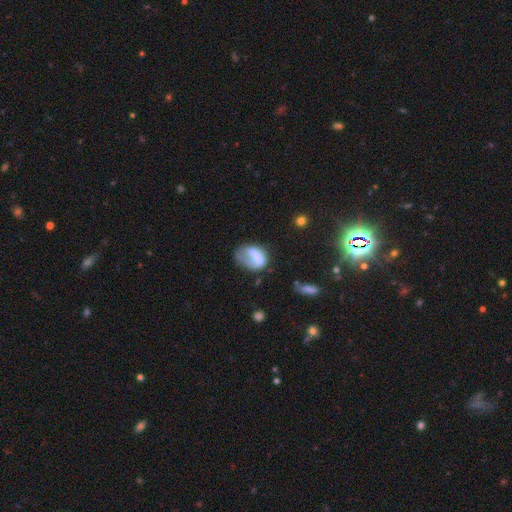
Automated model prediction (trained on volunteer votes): This appears to be a smooth galaxy with no disk features (55%) that is in between round and cigar-shaped (74%). Merging: major disturbance (35%).